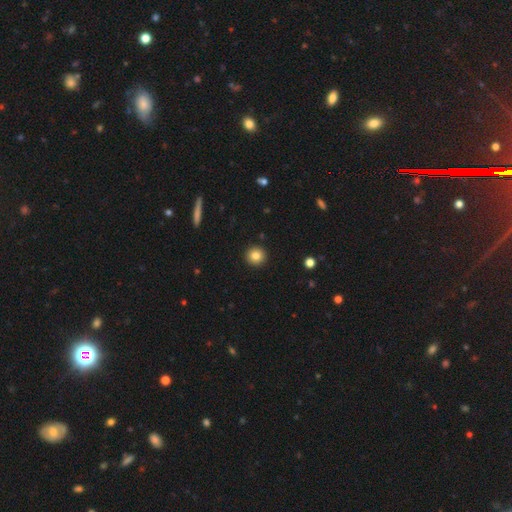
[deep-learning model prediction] A smooth galaxy with no disk features (83%) that is round (95%).

Vote fractions:
- Smooth or featured? smooth: 83% / star or artifact: 10% / featured or disk: 7%
- How rounded? round: 95% / in between: 4% / cigar-shaped: 1%
- Merging? none: 93% / minor disturbance: 4% / major disturbance: 2% / merger: 1%